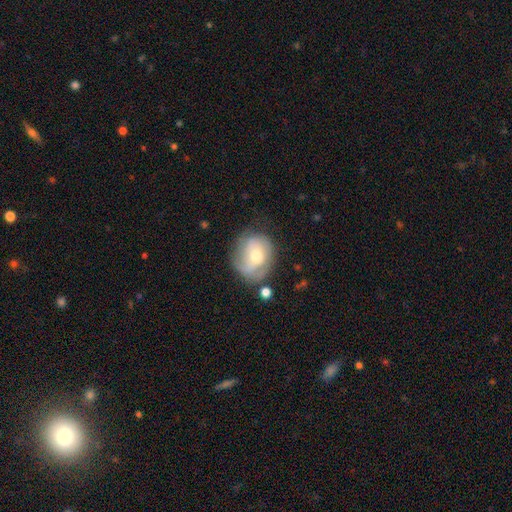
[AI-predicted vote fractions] A featured or disk galaxy (48%). Merging: none (56%).